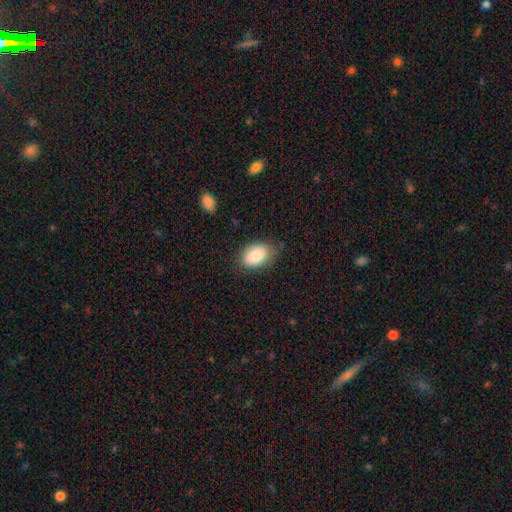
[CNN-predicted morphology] Smooth or featured?
  - smooth: 85% *
  - featured or disk: 8%
  - star or artifact: 7%
How rounded?
  - in between: 88% *
  - round: 11%
  - cigar-shaped: 1%
Merging?
  - none: 72% *
  - minor disturbance: 21%
  - major disturbance: 5%
  - merger: 1%